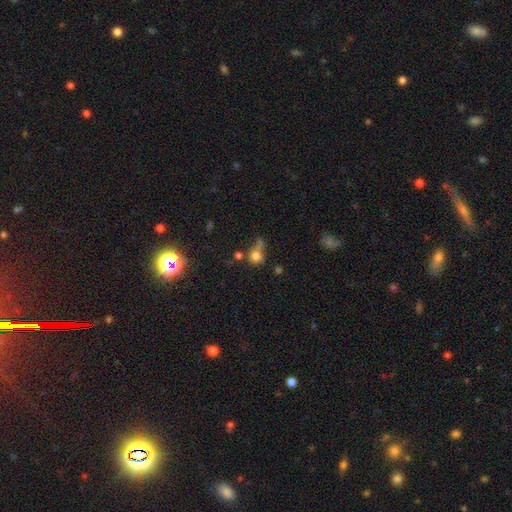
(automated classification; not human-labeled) Smooth or featured?
  - smooth: 74% *
  - star or artifact: 16%
  - featured or disk: 10%
How rounded?
  - round: 81% *
  - in between: 18%
  - cigar-shaped: 2%
Merging?
  - none: 45% *
  - merger: 25%
  - minor disturbance: 17%
  - major disturbance: 13%